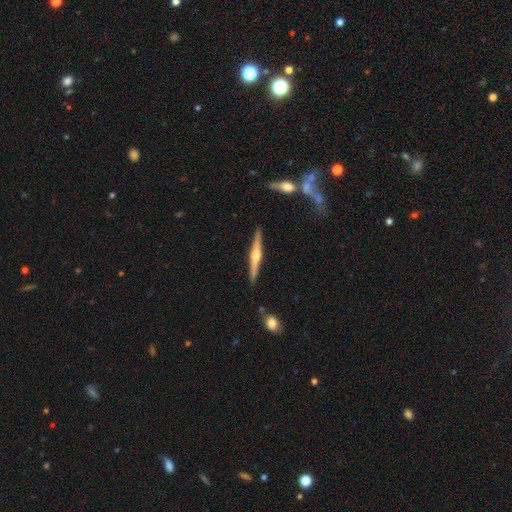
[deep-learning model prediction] This appears to be a featured or disk galaxy (73%) viewed edge-on (98%) with a rounded central bulge (89%). Merging: none (90%).